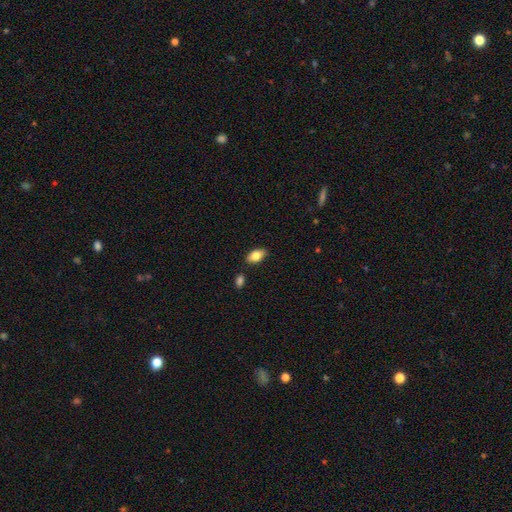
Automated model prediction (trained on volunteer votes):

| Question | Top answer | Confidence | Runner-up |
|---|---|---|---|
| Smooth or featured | smooth | 80% | featured or disk (13%) |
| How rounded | in between | 92% | cigar-shaped (5%) |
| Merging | none | 86% | minor disturbance (9%) |